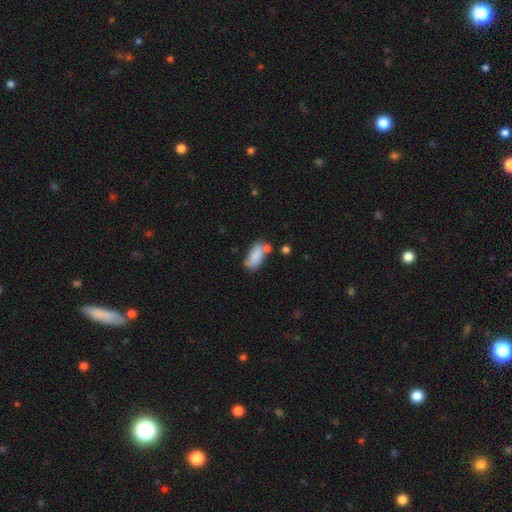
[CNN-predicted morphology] smooth 81%, featured or disk 11%, star or artifact 8%. Down the decision tree: how rounded — in between (88%); merging — none (51%).